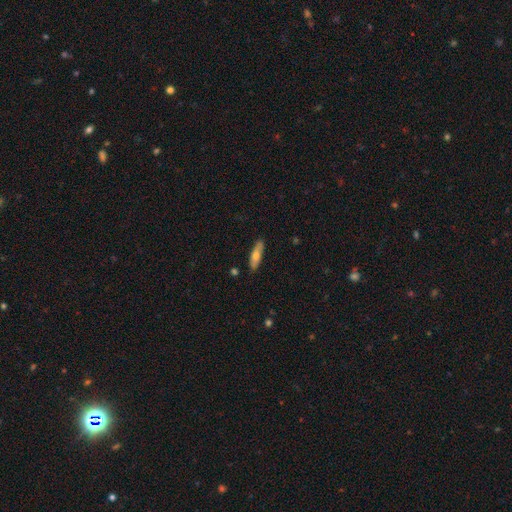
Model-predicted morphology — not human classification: smooth 60%, featured or disk 33%, star or artifact 6%. Down the decision tree: how rounded — cigar-shaped (66%); merging — none (86%).